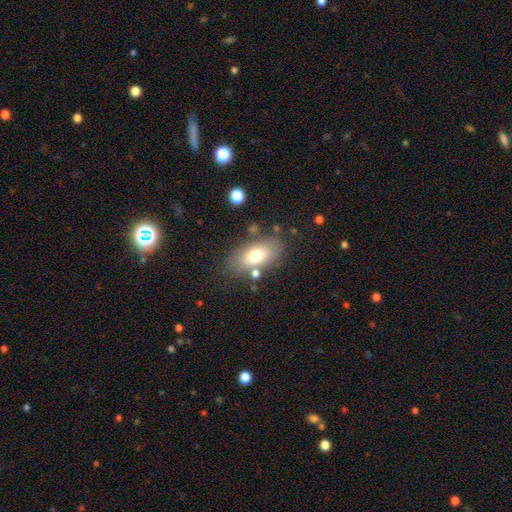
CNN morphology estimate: Overall: smooth (71%). How rounded: in between (87%). Merging: none (75%).